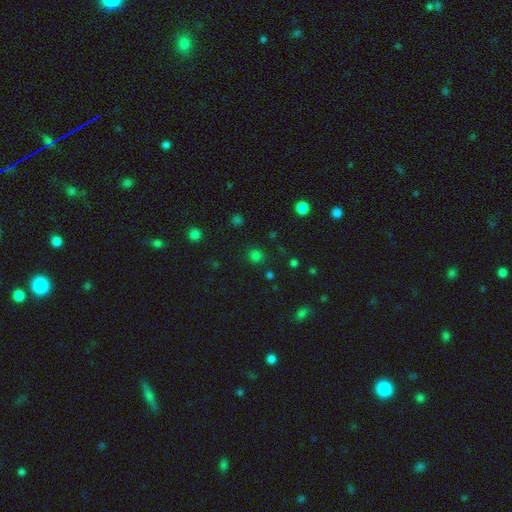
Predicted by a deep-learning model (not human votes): smooth_or_featured: smooth (p=0.74) [alt: star or artifact p=0.22]
how_rounded: round (p=0.87) [alt: in between p=0.12]
merging: none (p=0.85) [alt: minor disturbance p=0.09]